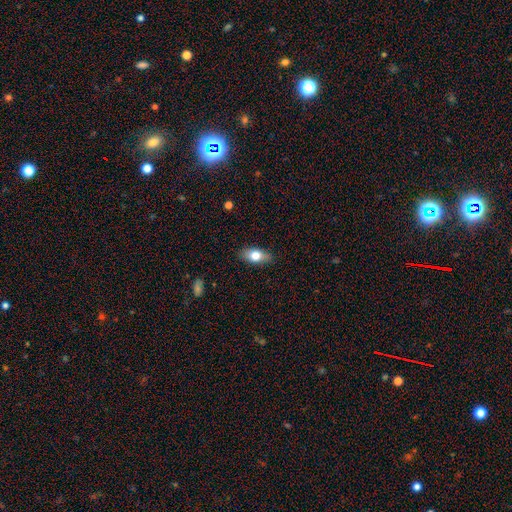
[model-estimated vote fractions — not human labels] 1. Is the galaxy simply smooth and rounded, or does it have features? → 72% smooth, 21% featured or disk, 7% star or artifact.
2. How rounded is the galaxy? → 84% in between, 10% cigar-shaped, 6% round.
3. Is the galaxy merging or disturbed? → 86% none, 11% minor disturbance, 2% major disturbance, 1% merger.